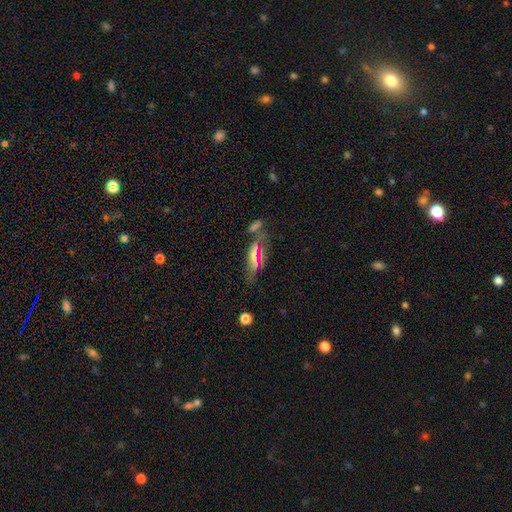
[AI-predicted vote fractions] The model was most divided on "smooth or featured": smooth: 48%, featured or disk: 35%, star or artifact: 17%. More confident: merging — none (55%).